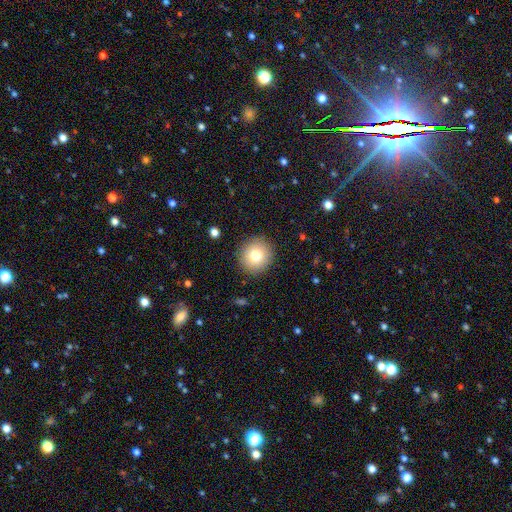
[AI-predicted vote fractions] A smooth galaxy with no disk features (77%) that is round (91%). Merging: none (90%).